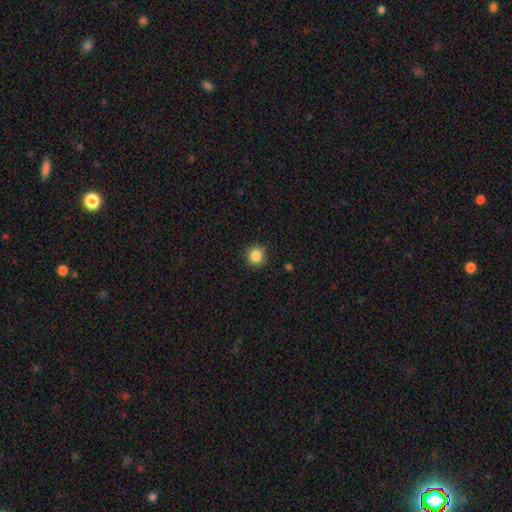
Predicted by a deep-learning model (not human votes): Overall: smooth (86%). How rounded: round (92%). Merging: none (89%).